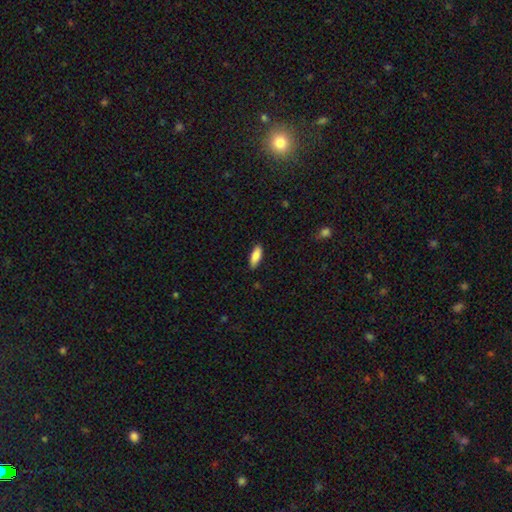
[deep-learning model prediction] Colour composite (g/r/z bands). It shows a smooth galaxy with no disk features (87%) that is in between round and cigar-shaped (74%). Merging: none (86%).